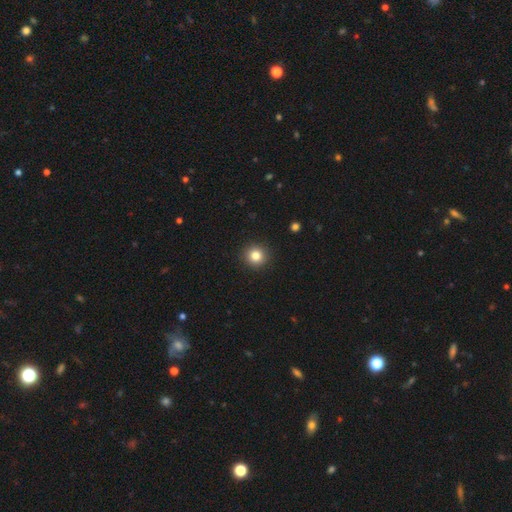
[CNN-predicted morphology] smooth 83%, star or artifact 11%, featured or disk 6%. Down the decision tree: how rounded — round (94%); merging — none (92%).